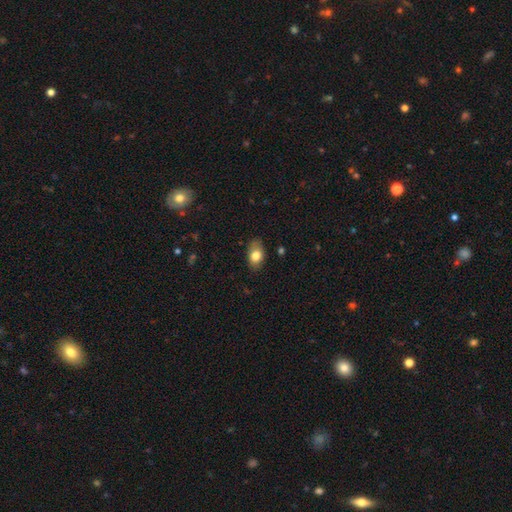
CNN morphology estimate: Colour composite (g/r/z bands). It shows a smooth galaxy with no disk features (79%) that is in between round and cigar-shaped (86%). Merging: none (79%).